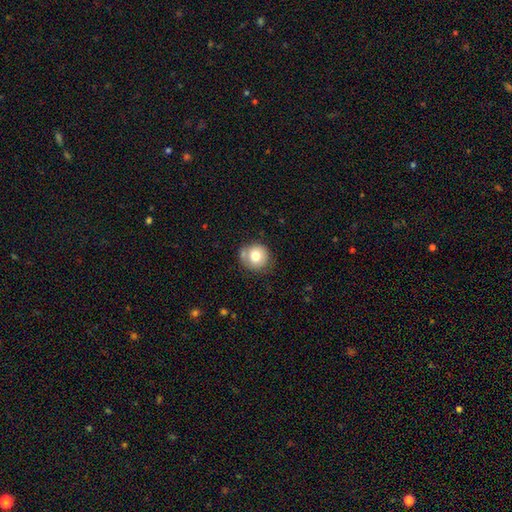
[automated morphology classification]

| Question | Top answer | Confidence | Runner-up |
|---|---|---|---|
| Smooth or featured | smooth | 76% | featured or disk (15%) |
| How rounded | round | 90% | in between (9%) |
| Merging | none | 69% | minor disturbance (17%) |